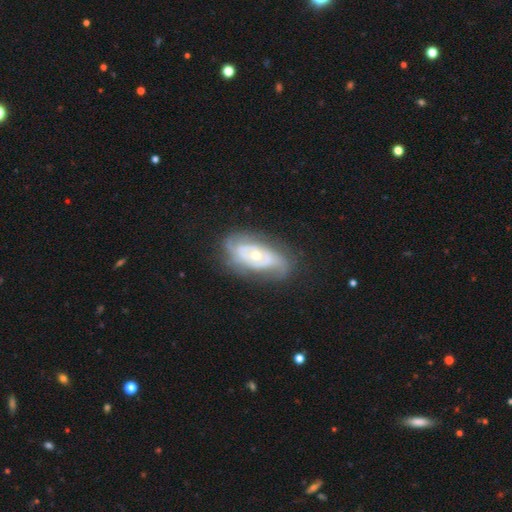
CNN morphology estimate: A featured or disk galaxy (80%) with no bar (74%), 2 (41%) tight (60%) spiral arms (85%) and a small central bulge (48%, tied with moderate). Merging: none (68%).